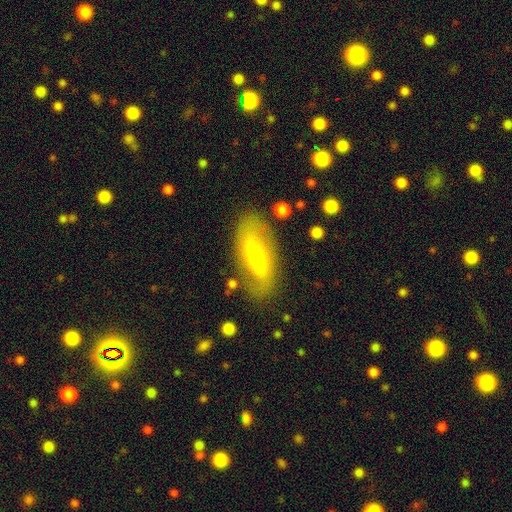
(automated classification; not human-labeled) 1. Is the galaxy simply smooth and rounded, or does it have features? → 53% featured or disk, 41% smooth, 7% star or artifact.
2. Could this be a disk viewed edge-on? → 85% no, 15% yes.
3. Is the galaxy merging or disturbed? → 77% none, 15% minor disturbance, 5% major disturbance, 3% merger.